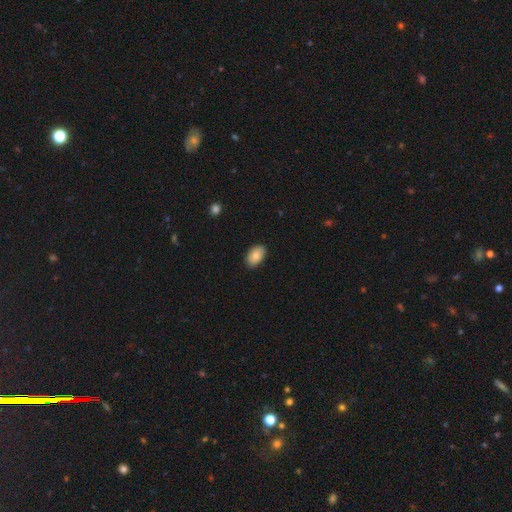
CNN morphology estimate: The model was most divided on "smooth or featured": smooth: 85%, featured or disk: 8%, star or artifact: 7%. More confident: how rounded — in between (91%); merging — none (88%).